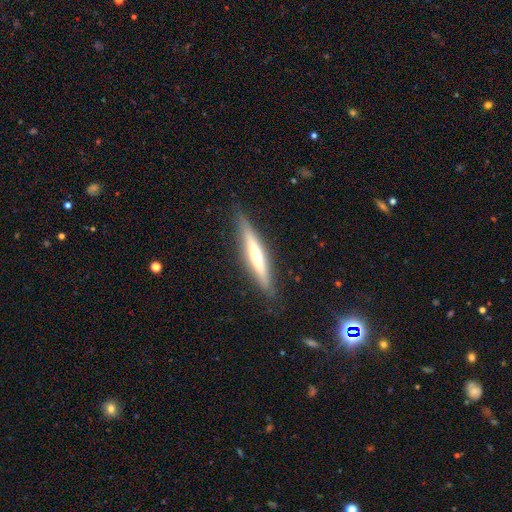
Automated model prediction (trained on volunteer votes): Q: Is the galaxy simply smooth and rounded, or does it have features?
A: featured or disk — 58%.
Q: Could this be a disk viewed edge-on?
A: yes — 94%.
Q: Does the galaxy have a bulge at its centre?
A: rounded — 76%.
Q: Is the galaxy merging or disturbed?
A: none — 87%.